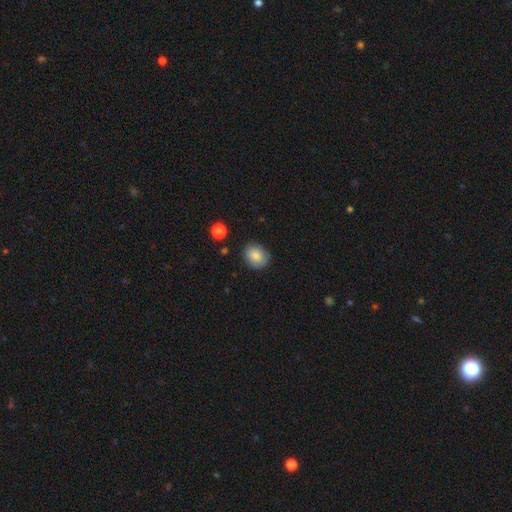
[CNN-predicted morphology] Q: Smooth or featured?
A: smooth (83%); runner-up: featured or disk (9%)
Q: How rounded?
A: round (62%); runner-up: in between (37%)
Q: Merging?
A: none (81%); runner-up: minor disturbance (14%)